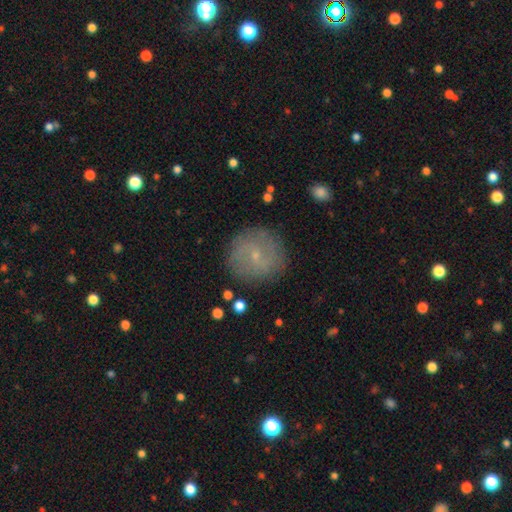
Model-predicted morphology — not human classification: The model was most divided on "smooth or featured": smooth: 46%, featured or disk: 42%, star or artifact: 12%. More confident: merging — none (85%).